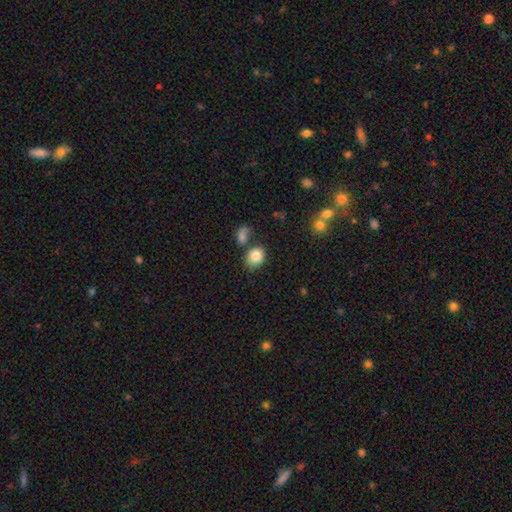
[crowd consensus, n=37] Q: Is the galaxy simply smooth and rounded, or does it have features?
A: smooth — 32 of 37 (86%).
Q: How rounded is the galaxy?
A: round — 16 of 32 (50%, tied with in between).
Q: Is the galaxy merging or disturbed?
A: none — 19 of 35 (54%).